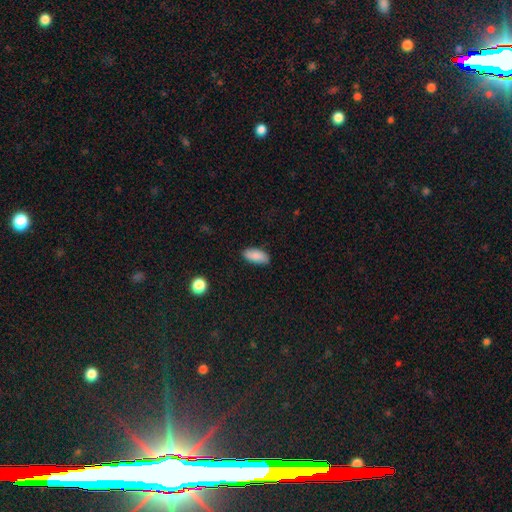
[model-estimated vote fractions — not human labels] Smooth or featured? smooth (88%)
How rounded? in between (89%)
Merging? none (85%)